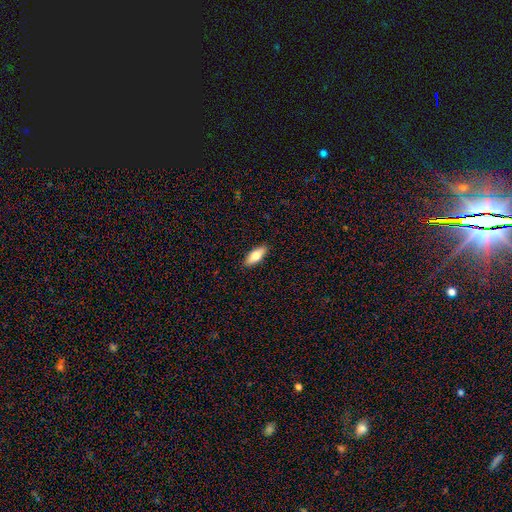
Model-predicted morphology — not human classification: The model was most divided on "how rounded": in between: 72%, cigar-shaped: 25%, round: 2%. More confident: merging — none (90%); smooth or featured — smooth (71%).